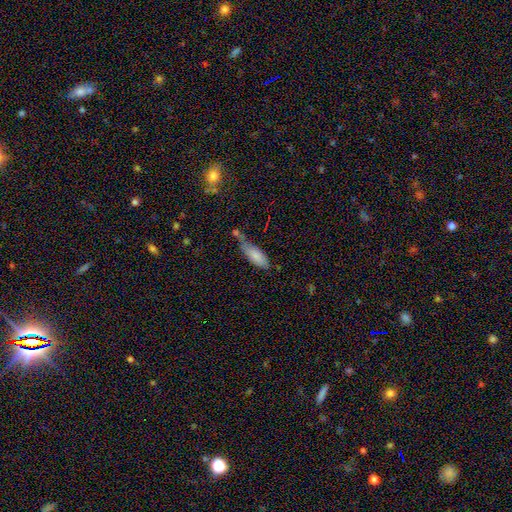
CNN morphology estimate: This is clearly a smooth galaxy (80%). How rounded: likely in between (67%). Merging: marginally none (39%).